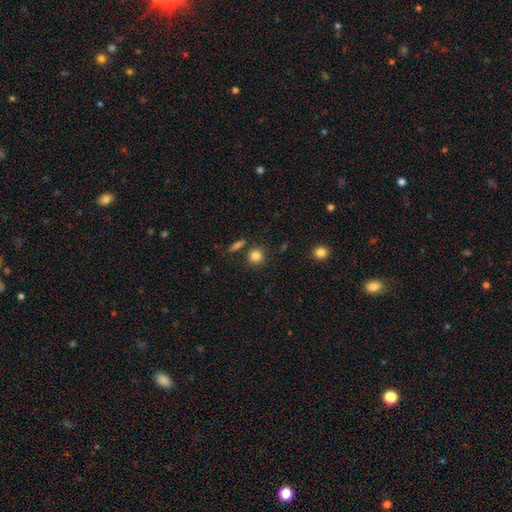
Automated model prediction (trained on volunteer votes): This appears to be a smooth galaxy with no disk features (84%) that is round (90%). Merging: none (82%).